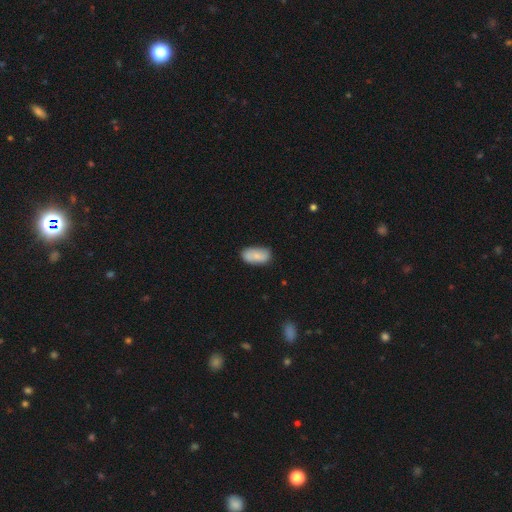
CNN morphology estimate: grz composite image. It shows a smooth galaxy with no disk features (80%) that is in between round and cigar-shaped (93%). Merging: none (72%).